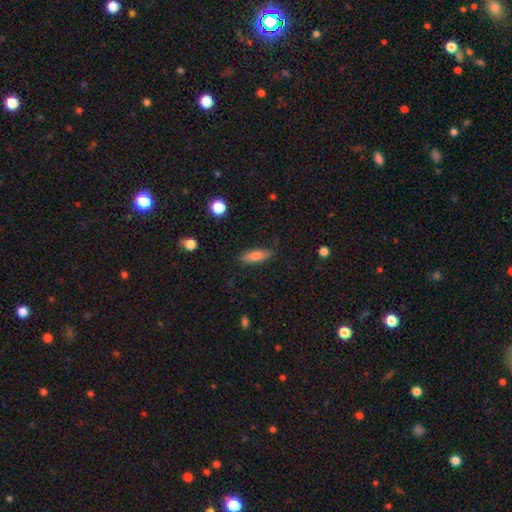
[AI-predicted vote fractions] A smooth galaxy with no disk features (80%) that is in between round and cigar-shaped (63%).

Vote fractions:
- Smooth or featured? smooth: 80% / featured or disk: 12% / star or artifact: 7%
- How rounded? in between: 63% / cigar-shaped: 35% / round: 2%
- Merging? none: 82% / minor disturbance: 14% / major disturbance: 3% / merger: 1%